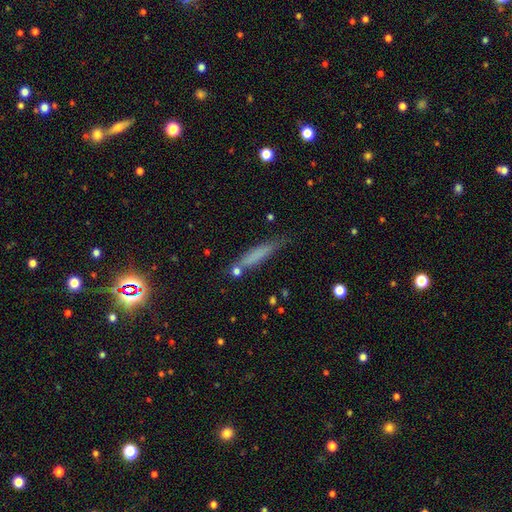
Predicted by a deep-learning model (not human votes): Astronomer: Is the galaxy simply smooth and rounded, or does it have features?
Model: smooth — 71%.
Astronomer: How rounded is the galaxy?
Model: cigar-shaped — 87%.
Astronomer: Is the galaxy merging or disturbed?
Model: none — 68%.